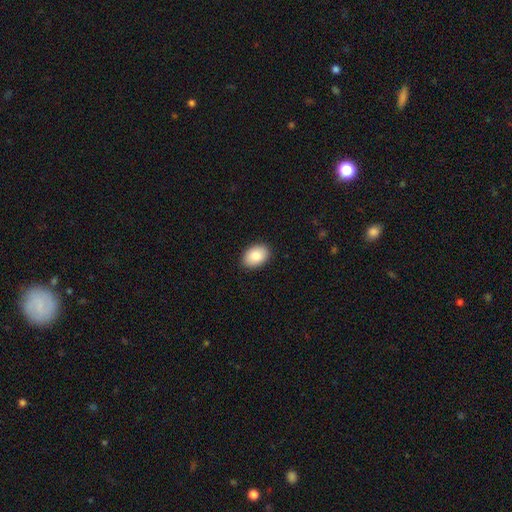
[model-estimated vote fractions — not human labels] Smooth or featured? smooth (86%)
How rounded? in between (86%)
Merging? none (89%)